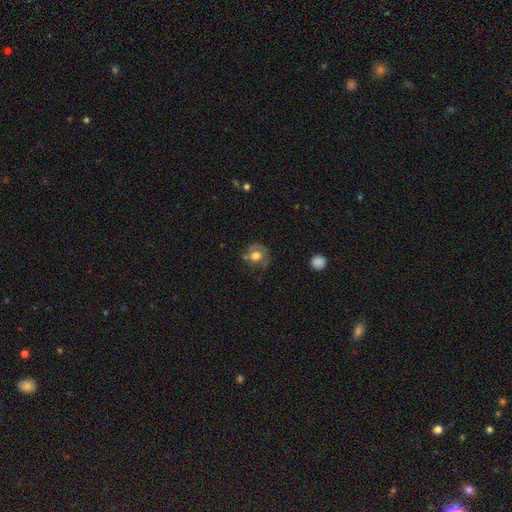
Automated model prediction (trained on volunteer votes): smooth 56%, featured or disk 36%, star or artifact 9%. Down the decision tree: how rounded — round (76%); merging — none (54%).